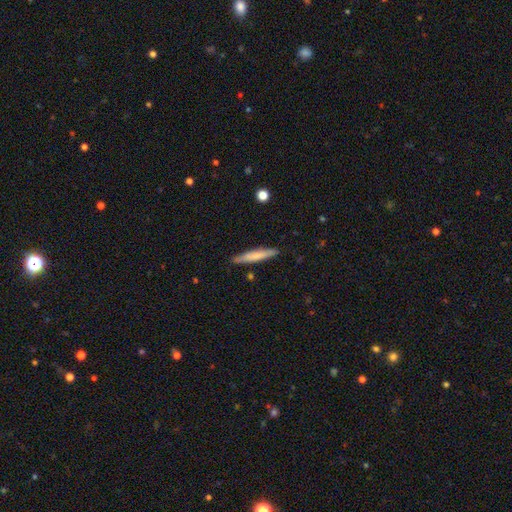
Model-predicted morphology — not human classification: This appears to be a smooth galaxy with no disk features (70%) that is cigar-shaped (93%). Merging: none (88%).